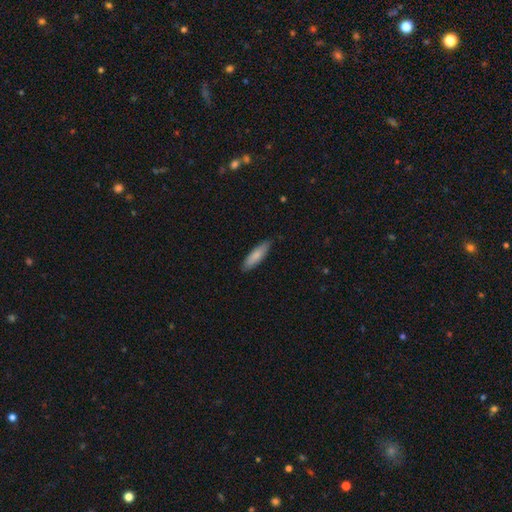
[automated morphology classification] type=smooth (80%); roundness=cigar-shaped (60%); merging=none (83%).